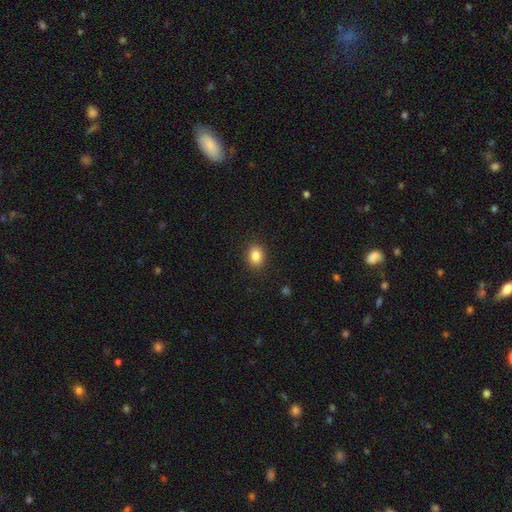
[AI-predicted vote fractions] smooth_or_featured: smooth (p=0.85) [alt: star or artifact p=0.10]
how_rounded: in between (p=0.55) [alt: round p=0.44]
merging: none (p=0.89) [alt: minor disturbance p=0.08]